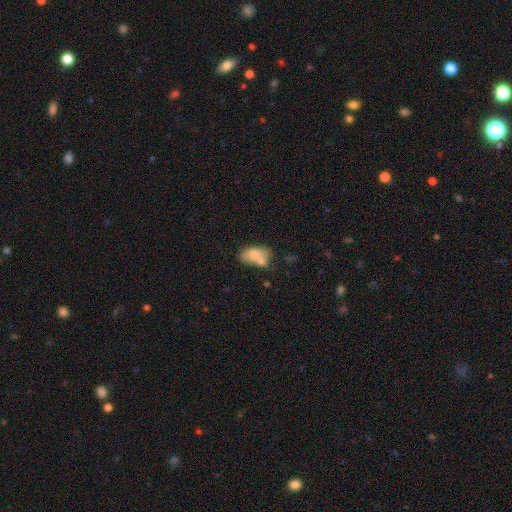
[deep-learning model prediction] Smooth or featured? smooth (71%)
How rounded? in between (88%)
Merging? merger (42%)